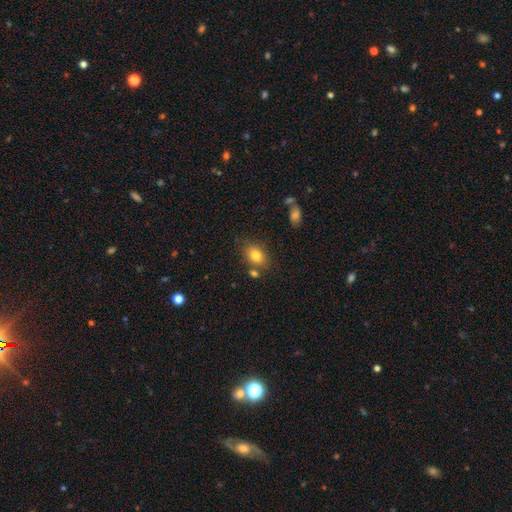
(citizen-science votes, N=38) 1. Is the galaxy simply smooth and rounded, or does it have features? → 82% smooth, 13% featured or disk, 5% star or artifact.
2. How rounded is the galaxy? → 74% in between, 13% round, 13% cigar-shaped.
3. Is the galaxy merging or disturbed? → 64% none, 17% minor disturbance, 14% merger, 6% major disturbance.